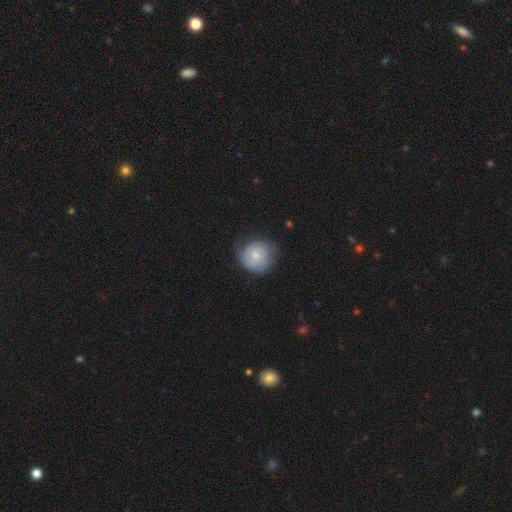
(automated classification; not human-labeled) Smooth or featured: smooth — 64% (featured or disk — 29%)
How rounded: round — 88% (in between — 11%)
Merging: none — 64% (minor disturbance — 26%)